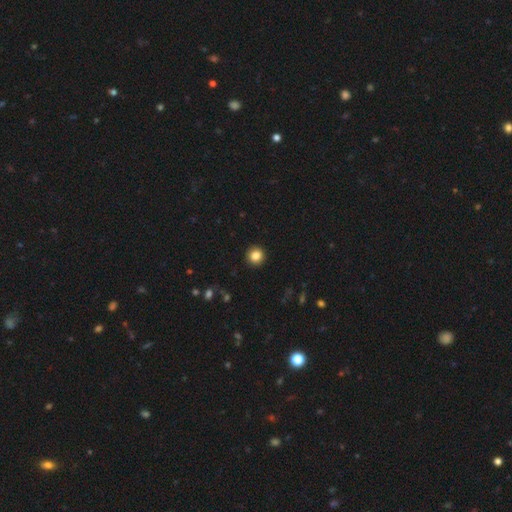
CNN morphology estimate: A smooth galaxy with no disk features (85%) that is round (94%).

Vote fractions:
- Smooth or featured? smooth: 85% / star or artifact: 10% / featured or disk: 5%
- How rounded? round: 94% / in between: 5% / cigar-shaped: 1%
- Merging? none: 93% / minor disturbance: 5% / major disturbance: 2% / merger: 1%